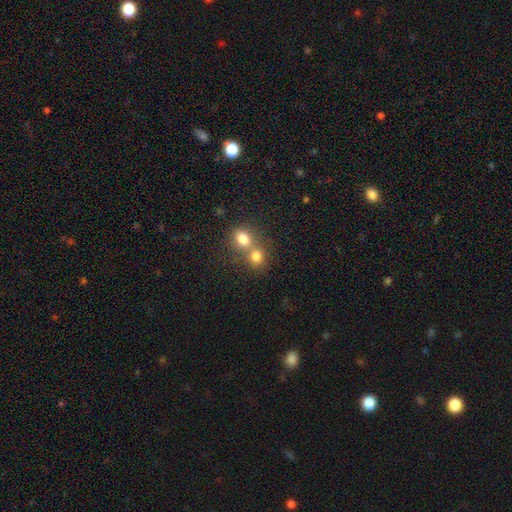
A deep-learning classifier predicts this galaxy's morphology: The model was most divided on "merging": merger: 58%, none: 34%, minor disturbance: 6%, major disturbance: 3%. More confident: smooth or featured — smooth (76%); how rounded — round (69%).